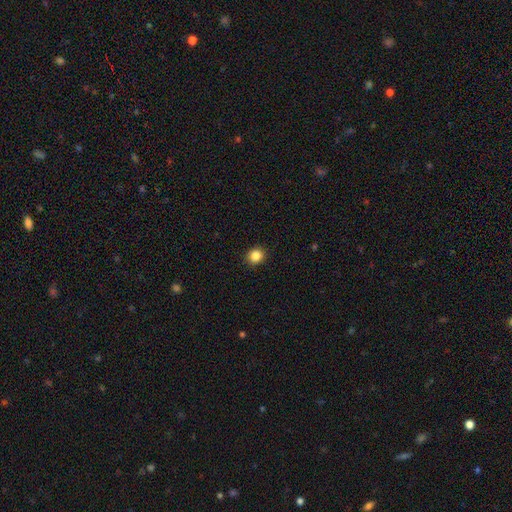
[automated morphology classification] This appears to be a smooth galaxy with no disk features (86%) that is round (81%). Merging: none (92%).